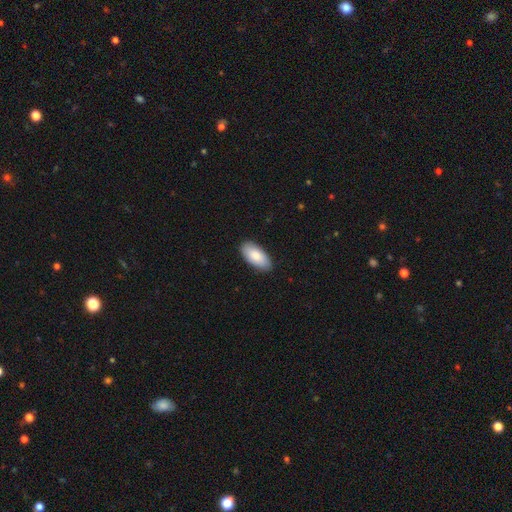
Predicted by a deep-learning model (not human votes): Q: Smooth or featured?
A: smooth (86%); runner-up: featured or disk (9%)
Q: How rounded?
A: in between (94%); runner-up: cigar-shaped (5%)
Q: Merging?
A: none (88%); runner-up: minor disturbance (9%)